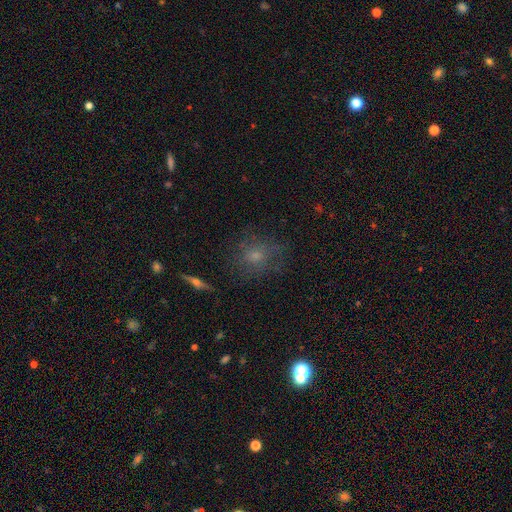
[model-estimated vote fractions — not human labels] Overall: smooth (50%; star or artifact 26%). Merging: none (72%).